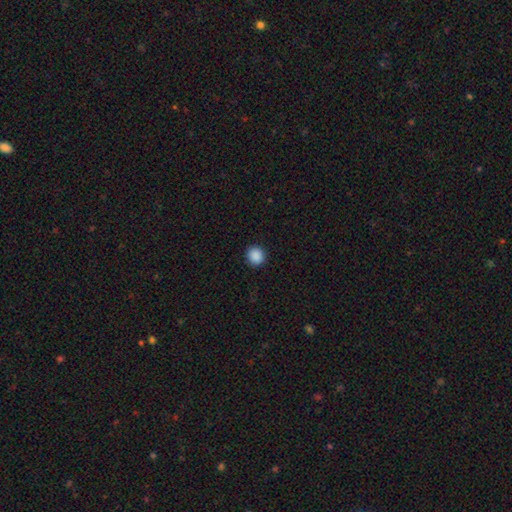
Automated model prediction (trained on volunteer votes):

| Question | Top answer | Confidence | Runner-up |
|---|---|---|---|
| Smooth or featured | smooth | 89% | star or artifact (9%) |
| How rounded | round | 87% | in between (12%) |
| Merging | none | 92% | minor disturbance (5%) |